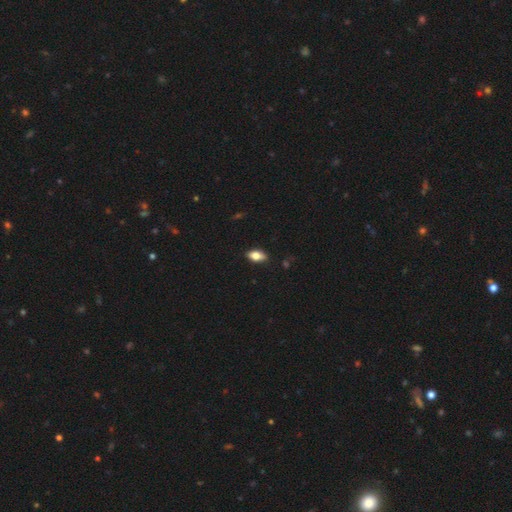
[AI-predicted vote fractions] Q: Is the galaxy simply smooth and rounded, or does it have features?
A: smooth — 75%.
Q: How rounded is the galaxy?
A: in between — 88%.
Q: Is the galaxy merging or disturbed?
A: none — 85%.